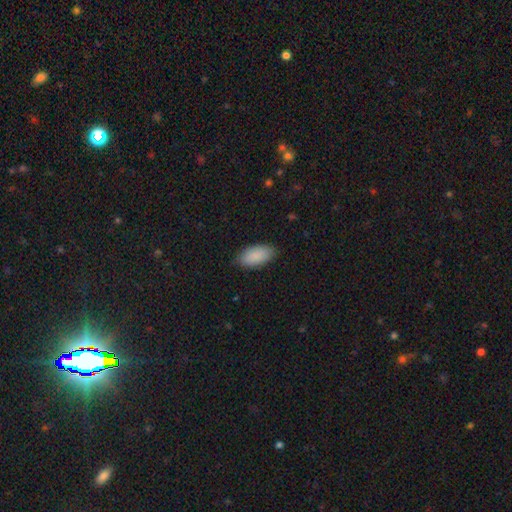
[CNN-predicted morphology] Smooth or featured? Predicted: smooth (p=0.89). How rounded? Predicted: in between (p=0.94). Merging? Predicted: none (p=0.85).